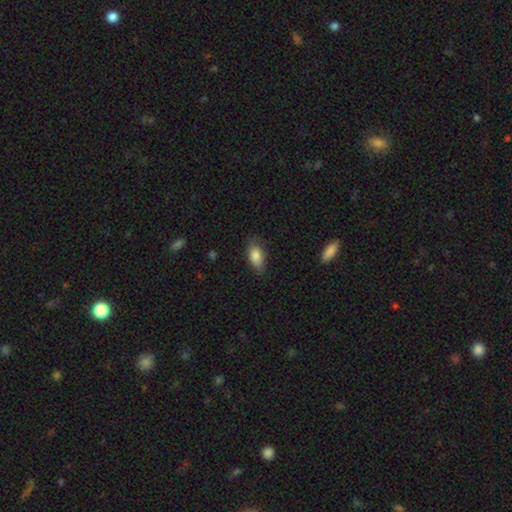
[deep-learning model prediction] Overall: smooth (84%). How rounded: in between (88%). Merging: none (75%).